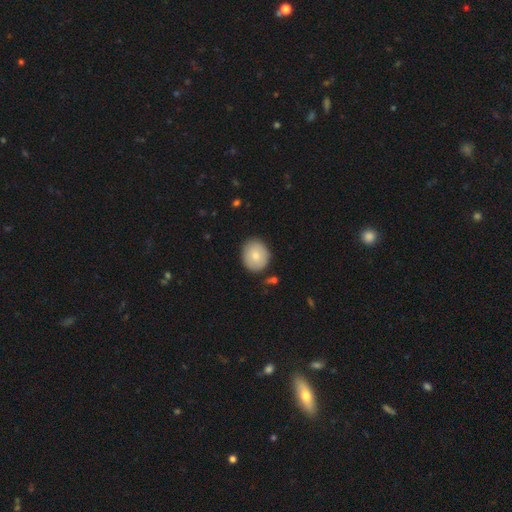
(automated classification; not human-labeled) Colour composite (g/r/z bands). It shows a smooth galaxy with no disk features (75%) that is round (67%). Merging: none (83%).